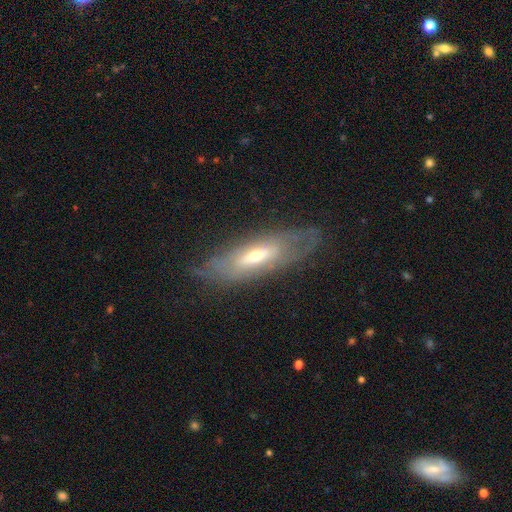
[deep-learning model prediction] Smooth or featured: featured or disk — 64% (smooth — 28%)
Edge-on disk: no — 61% (yes — 39%)
Merging: none — 70% (minor disturbance — 20%)